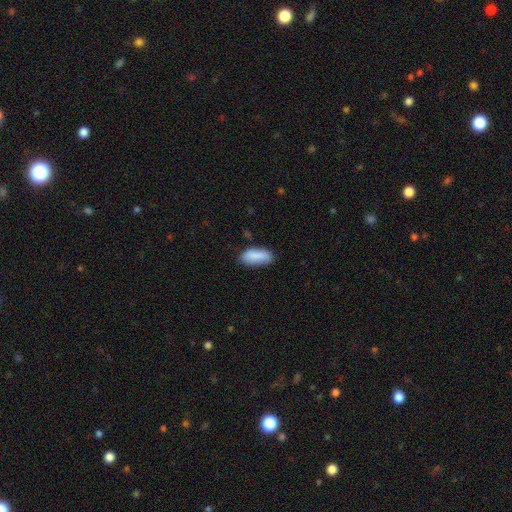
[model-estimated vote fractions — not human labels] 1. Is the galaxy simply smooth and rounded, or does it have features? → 86% smooth, 8% featured or disk, 7% star or artifact.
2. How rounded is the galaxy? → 83% in between, 15% cigar-shaped, 2% round.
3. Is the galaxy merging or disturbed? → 74% none, 20% minor disturbance, 4% major disturbance, 2% merger.